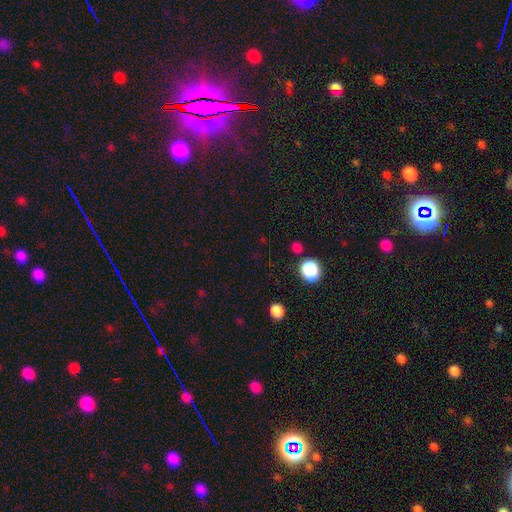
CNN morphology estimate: Smooth or featured?
  - smooth: 48% *
  - star or artifact: 46%
  - featured or disk: 6%
Merging?
  - none: 81% *
  - minor disturbance: 9%
  - merger: 5%
  - major disturbance: 5%